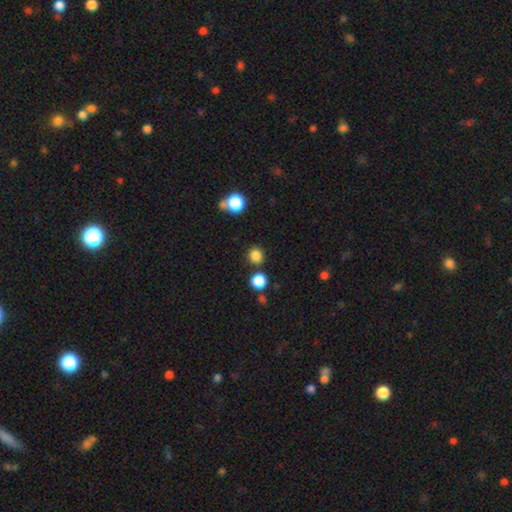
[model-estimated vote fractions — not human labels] Overall: smooth (83%). How rounded: round (87%). Merging: none (82%).